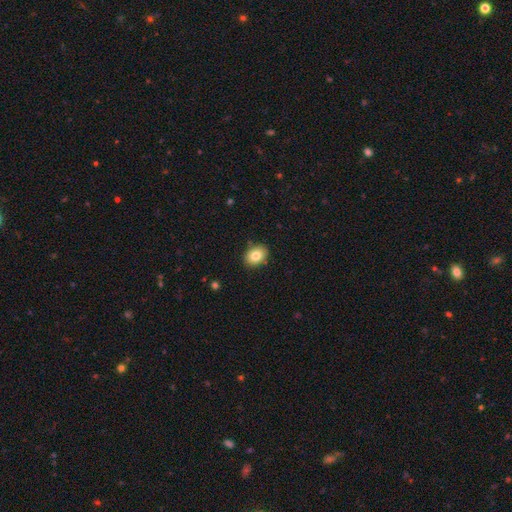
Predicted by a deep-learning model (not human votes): smooth-or-featured: smooth: 81% | featured or disk: 10% | star or artifact: 9%
  how-rounded: in between: 68% | round: 31% | cigar-shaped: 1%
  merging: none: 87% | minor disturbance: 9% | major disturbance: 2% | merger: 1%